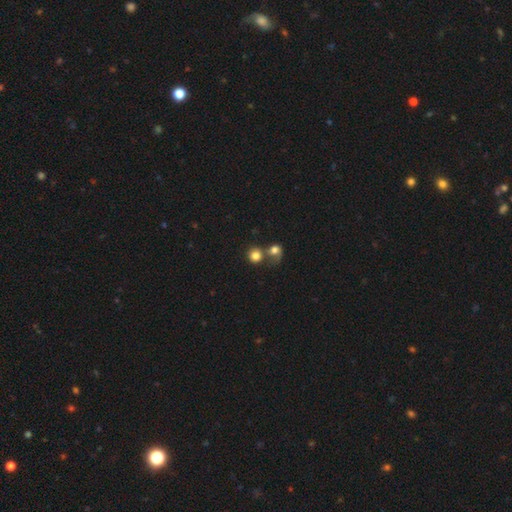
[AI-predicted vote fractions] Smooth or featured? Predicted: smooth (p=0.80). How rounded? Predicted: round (p=0.87). Merging? Predicted: merger (p=0.44).